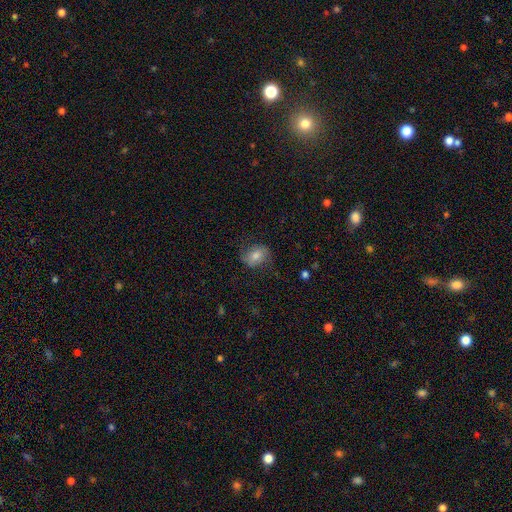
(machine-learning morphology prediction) Smooth or featured? smooth (54%)
How rounded? in between (63%)
Merging? none (70%)